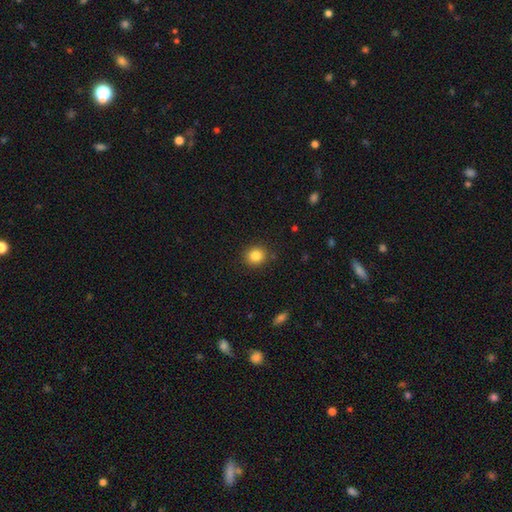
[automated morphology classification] A smooth galaxy with no disk features (84%) that is round (81%). Merging: none (89%).